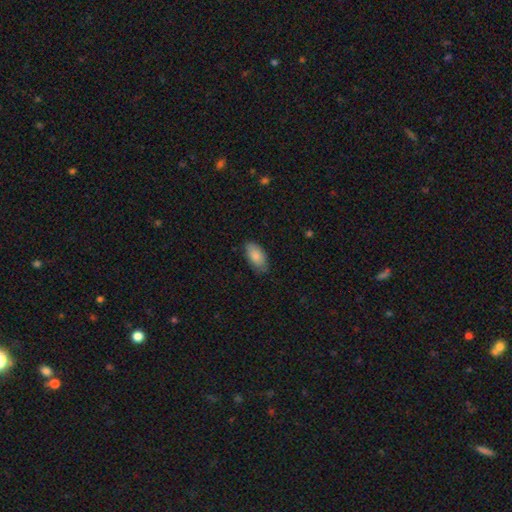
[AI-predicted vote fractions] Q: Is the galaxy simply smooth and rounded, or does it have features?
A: smooth — 86%.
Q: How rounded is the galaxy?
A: in between — 93%.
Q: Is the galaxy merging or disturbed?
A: none — 77%.